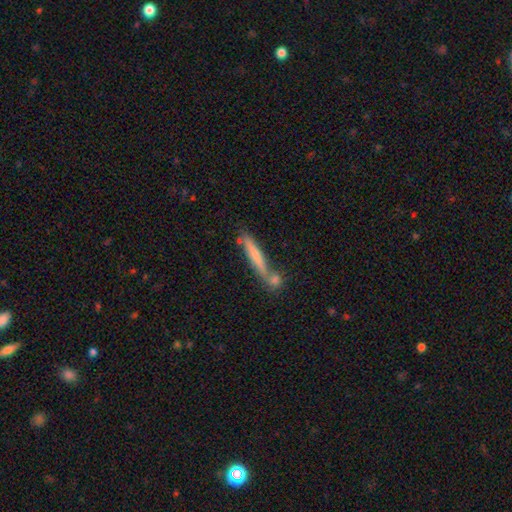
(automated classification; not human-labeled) Overall: smooth (63%; featured or disk 31%). How rounded: cigar-shaped (93%). Merging: none (62%).